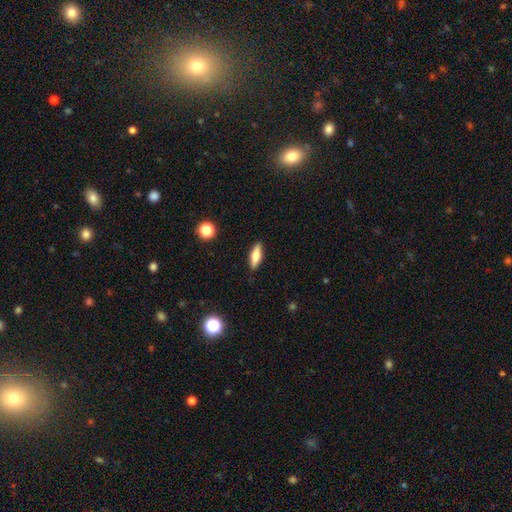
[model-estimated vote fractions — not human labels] Smooth or featured? smooth (68%)
How rounded? in between (50%)
Merging? none (88%)